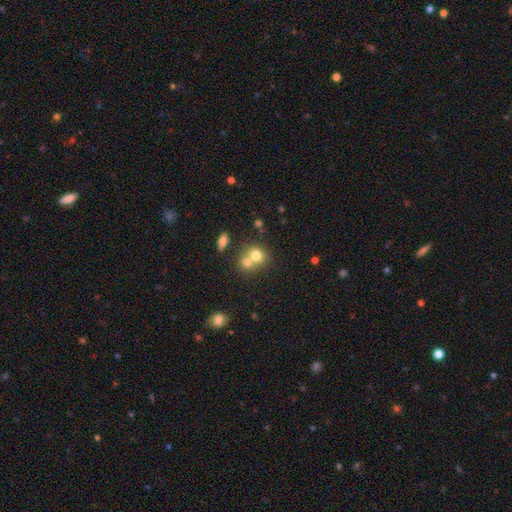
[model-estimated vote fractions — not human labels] Q: Smooth or featured?
A: smooth (73%); runner-up: featured or disk (15%)
Q: How rounded?
A: round (75%); runner-up: in between (24%)
Q: Merging?
A: merger (58%); runner-up: none (33%)